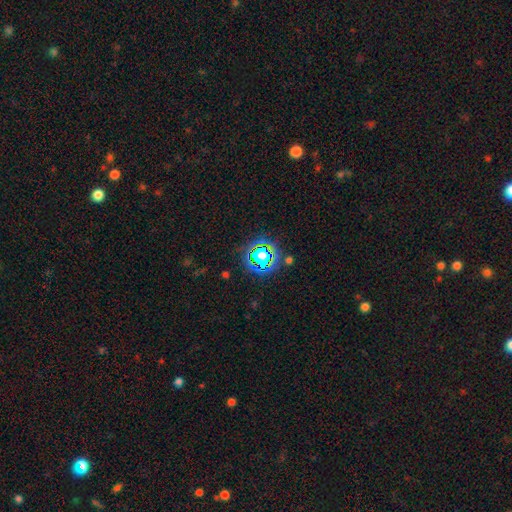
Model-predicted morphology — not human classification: Q: Smooth or featured?
A: star or artifact (78%); runner-up: smooth (14%)